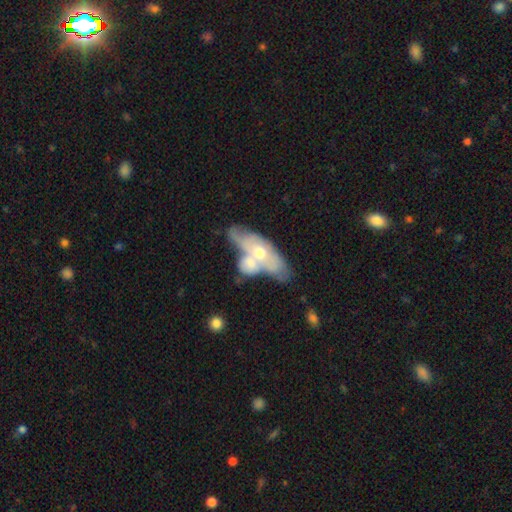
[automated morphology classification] featured or disk 58%, smooth 36%, star or artifact 6%. Down the decision tree: edge-on disk — no (81%); merging — merger (63%).